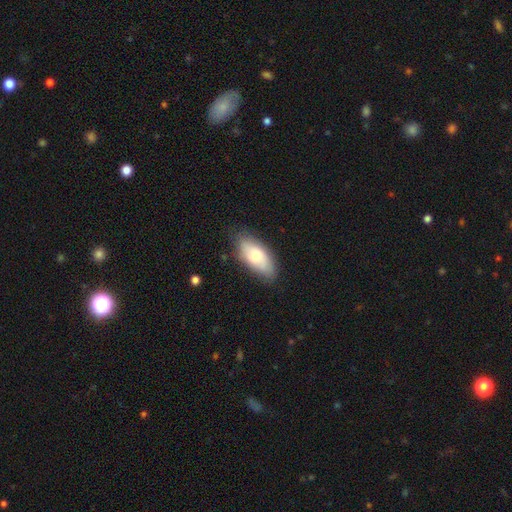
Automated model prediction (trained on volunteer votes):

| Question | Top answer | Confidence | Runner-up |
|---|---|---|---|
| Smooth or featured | smooth | 73% | featured or disk (21%) |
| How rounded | in between | 87% | cigar-shaped (10%) |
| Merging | none | 78% | minor disturbance (17%) |